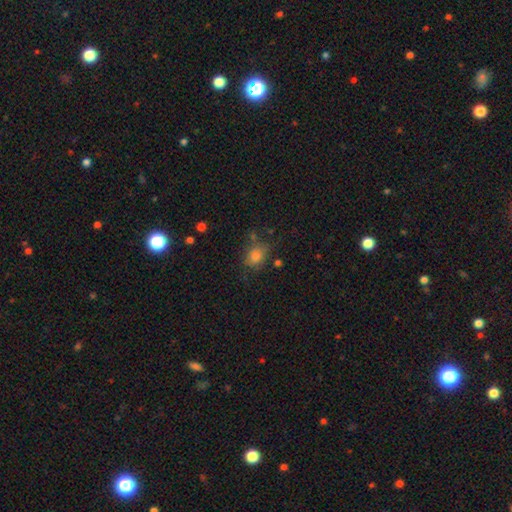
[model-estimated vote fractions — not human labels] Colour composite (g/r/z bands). It shows a smooth galaxy with no disk features (76%) that is in between round and cigar-shaped (52%). Merging: none (67%).